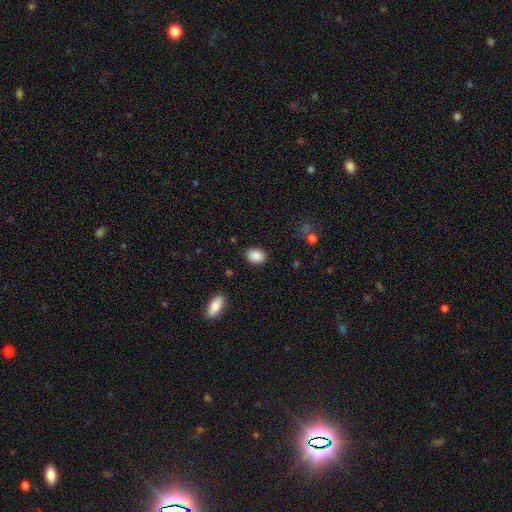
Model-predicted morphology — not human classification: Smooth or featured?
  - smooth: 88% *
  - star or artifact: 8%
  - featured or disk: 4%
How rounded?
  - in between: 72% *
  - round: 27%
  - cigar-shaped: 1%
Merging?
  - none: 87% *
  - minor disturbance: 9%
  - major disturbance: 3%
  - merger: 1%